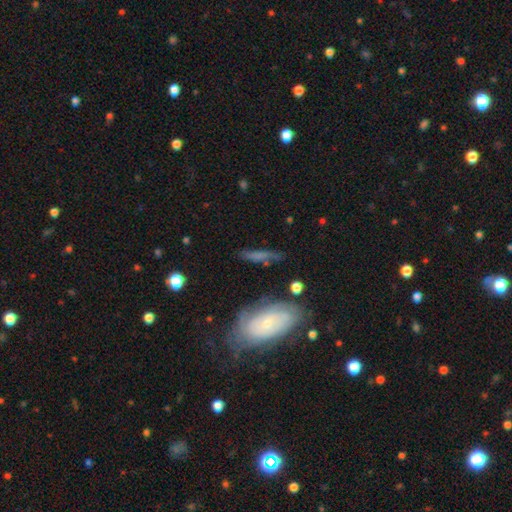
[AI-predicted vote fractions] Morphology: type=featured or disk (47%); merging=none (68%).